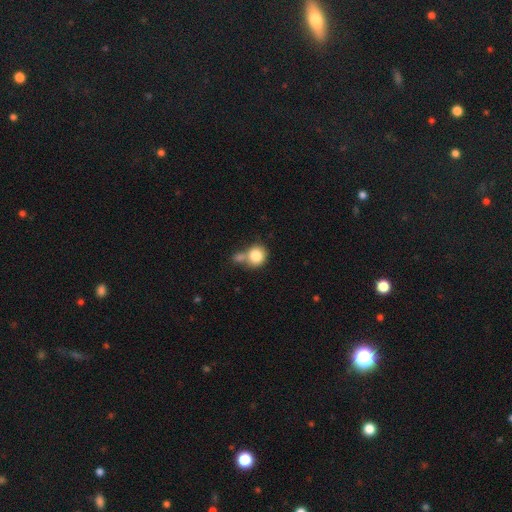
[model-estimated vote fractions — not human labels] The model was most divided on "merging": none: 43%, merger: 39%, minor disturbance: 12%, major disturbance: 5%. More confident: smooth or featured — smooth (82%); how rounded — round (82%).